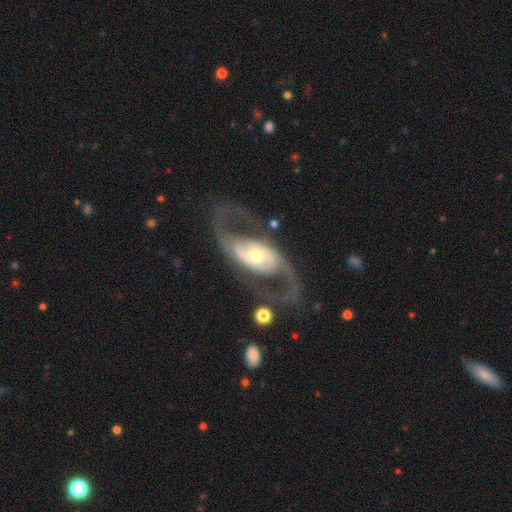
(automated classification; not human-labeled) smooth-or-featured: featured or disk: 85% | smooth: 11% | star or artifact: 4%
  disk-edge-on: no: 93% | yes: 7%
    bar: no: 58% | weak: 25% | strong: 17%
    has-spiral-arms: yes: 80% | no: 20%
      spiral-winding: medium: 45% | loose: 39% | tight: 16%
      spiral-arm-count: 2: 89% | can't tell: 5% | 1: 3% | 3: 1% | 4: 1% | more than 4: 1%
    bulge-size: moderate: 60% | small: 26% | large: 11% | dominant: 2% | none: 1%
  merging: none: 71% | major disturbance: 14% | minor disturbance: 12% | merger: 3%